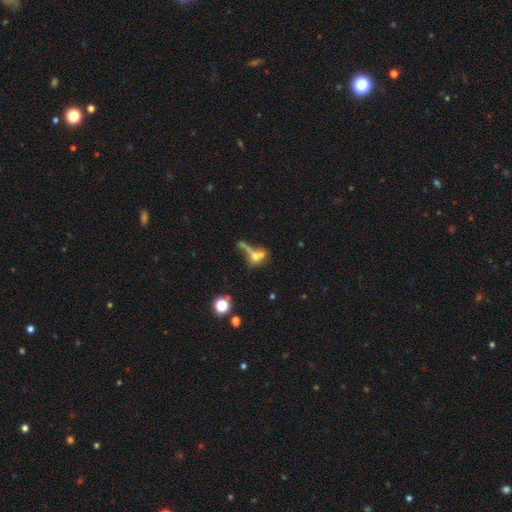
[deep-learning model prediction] Overall: smooth (52%; featured or disk 31%). How rounded: in between (48%; round 33%). Merging: merger (50%; none 25%).